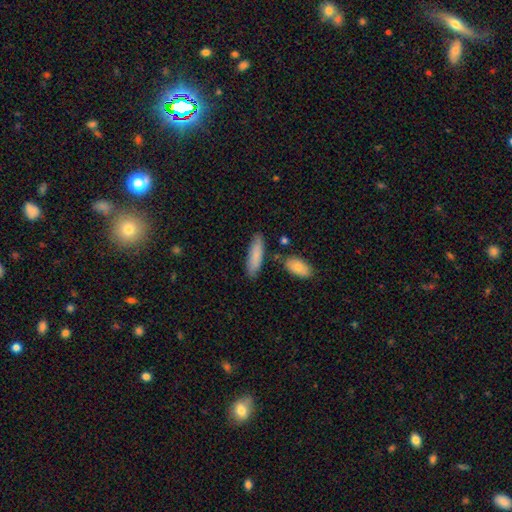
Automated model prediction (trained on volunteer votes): smooth-or-featured: smooth: 82% | featured or disk: 12% | star or artifact: 6%
  how-rounded: cigar-shaped: 55% | in between: 43% | round: 2%
  merging: none: 79% | minor disturbance: 13% | merger: 5% | major disturbance: 3%